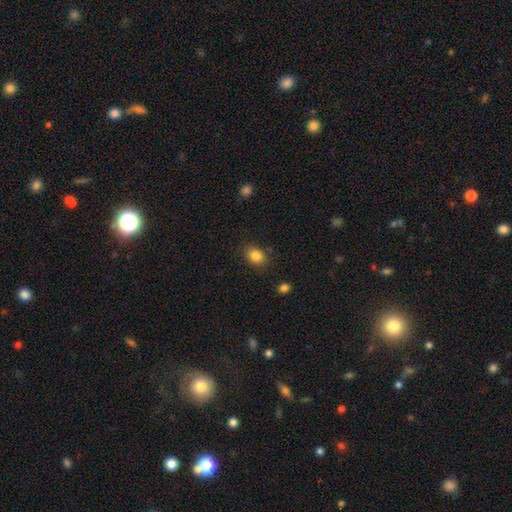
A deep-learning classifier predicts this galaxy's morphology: A smooth galaxy with no disk features (84%) that is in between round and cigar-shaped (57%).

Vote fractions:
- Smooth or featured? smooth: 84% / star or artifact: 10% / featured or disk: 6%
- How rounded? in between: 57% / round: 42% / cigar-shaped: 1%
- Merging? none: 83% / minor disturbance: 11% / major disturbance: 3% / merger: 2%